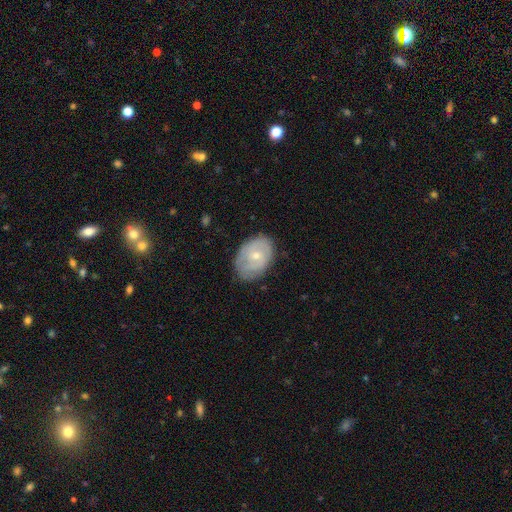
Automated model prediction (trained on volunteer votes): smooth_or_featured: featured or disk (p=0.49) [alt: smooth p=0.45]
merging: none (p=0.73) [alt: minor disturbance p=0.20]